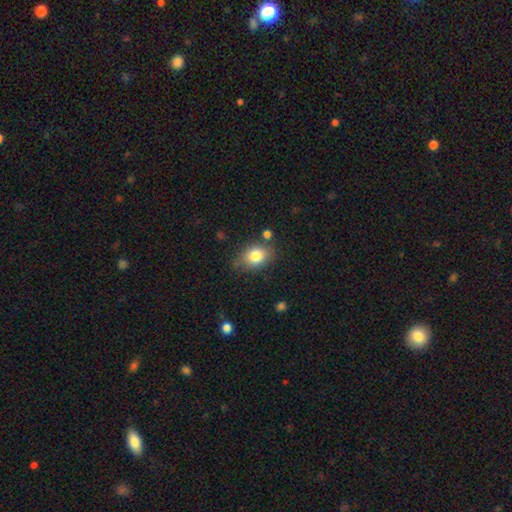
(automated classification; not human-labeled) Overall: smooth (81%). How rounded: in between (72%). Merging: none (73%).